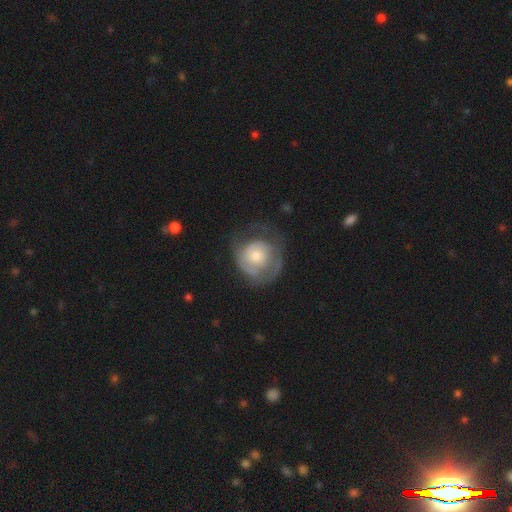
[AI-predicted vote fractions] Smooth or featured? Predicted: featured or disk (p=0.54). Edge-on disk? Predicted: no (p=0.97). Bar? Predicted: no (p=0.83). Spiral arms? Predicted: yes (p=0.60). Bulge size? Predicted: moderate (p=0.50). Merging? Predicted: none (p=0.49).